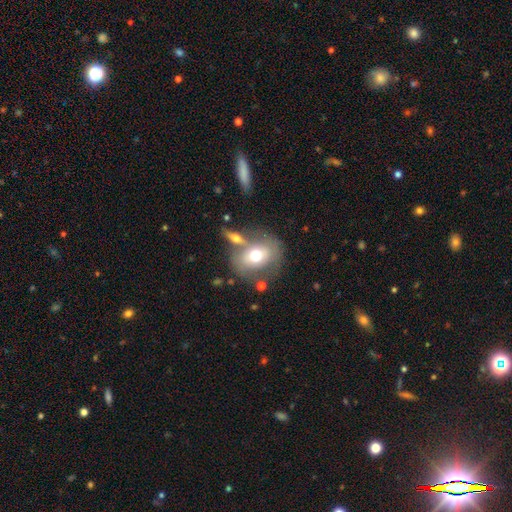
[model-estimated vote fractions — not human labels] Morphology: type=smooth (61%); roundness=round (51%); merging=none (54%).